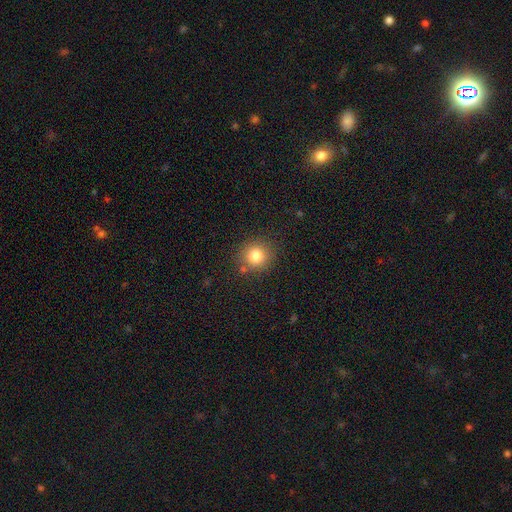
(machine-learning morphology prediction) smooth-or-featured: smooth: 80% | star or artifact: 13% | featured or disk: 7%
  how-rounded: round: 90% | in between: 9% | cigar-shaped: 1%
  merging: none: 83% | minor disturbance: 9% | merger: 5% | major disturbance: 3%